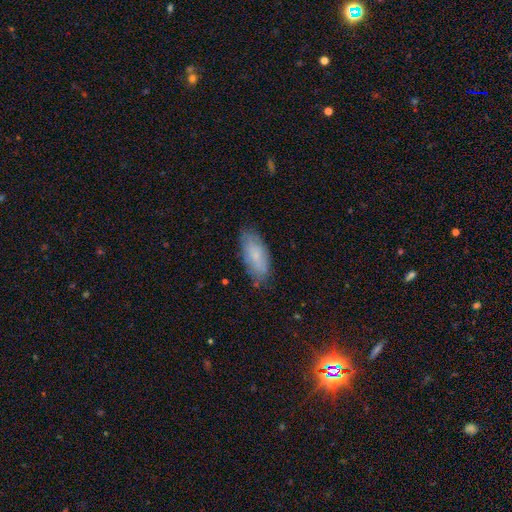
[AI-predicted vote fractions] Q: Smooth or featured?
A: smooth (70%); runner-up: featured or disk (23%)
Q: How rounded?
A: in between (85%); runner-up: cigar-shaped (12%)
Q: Merging?
A: none (75%); runner-up: minor disturbance (19%)